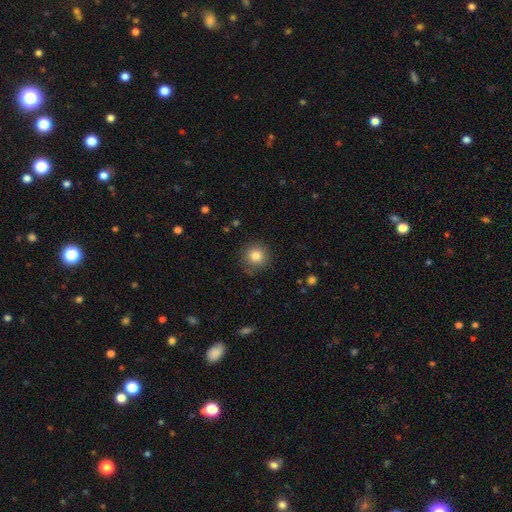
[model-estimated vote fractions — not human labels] smooth_or_featured: smooth (p=0.83) [alt: star or artifact p=0.11]
how_rounded: round (p=0.93) [alt: in between p=0.06]
merging: none (p=0.86) [alt: minor disturbance p=0.10]